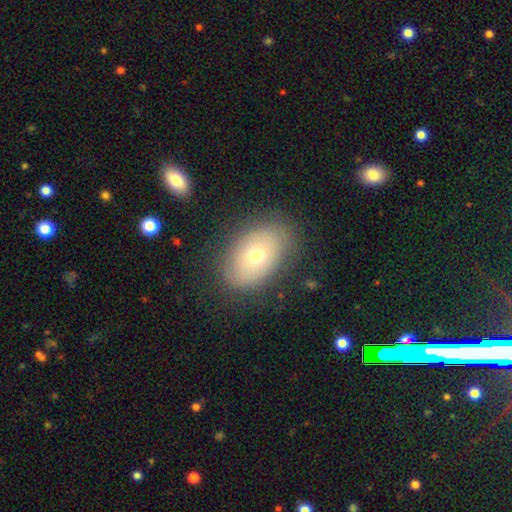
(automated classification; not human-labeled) Smooth or featured? Predicted: smooth (p=0.62). How rounded? Predicted: in between (p=0.87). Merging? Predicted: none (p=0.81).